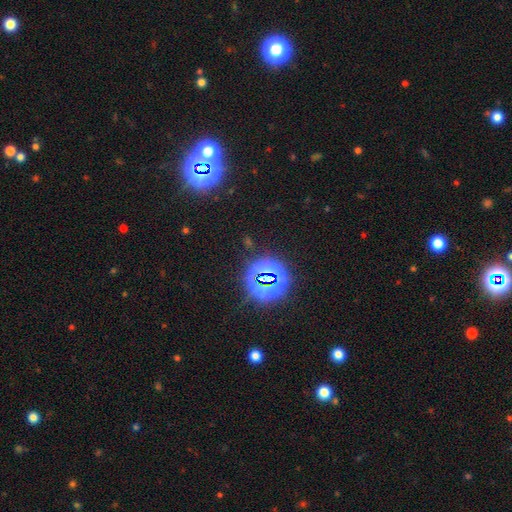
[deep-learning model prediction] Smooth or featured? Predicted: star or artifact (p=0.81).